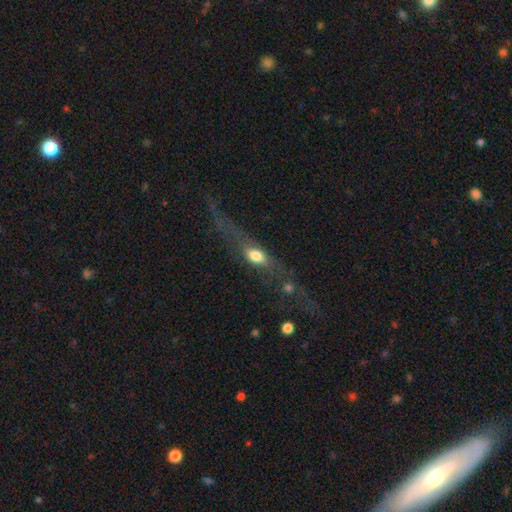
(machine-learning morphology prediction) Smooth or featured: smooth — 50% (featured or disk — 40%)
Merging: none — 38% (major disturbance — 34%)